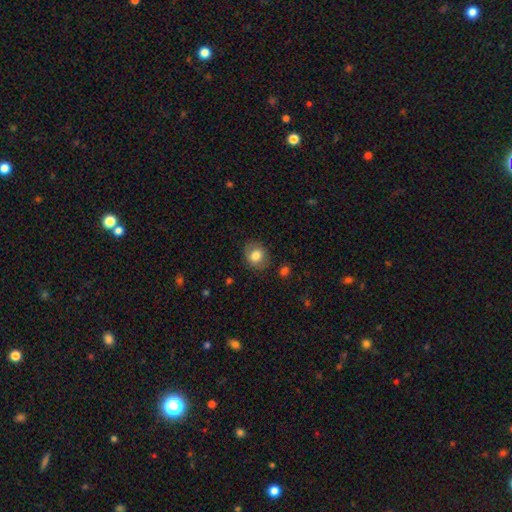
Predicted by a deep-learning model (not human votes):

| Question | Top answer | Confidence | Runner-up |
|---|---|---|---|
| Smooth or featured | smooth | 77% | featured or disk (14%) |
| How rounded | round | 62% | in between (37%) |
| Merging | none | 80% | minor disturbance (14%) |